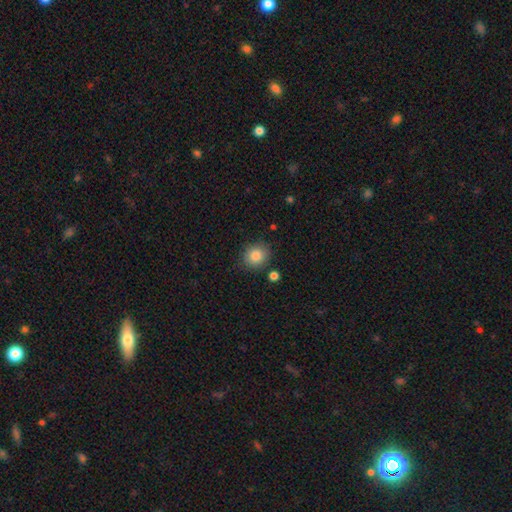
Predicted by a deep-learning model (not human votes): Smooth or featured?
  - smooth: 85% *
  - star or artifact: 9%
  - featured or disk: 6%
How rounded?
  - round: 79% *
  - in between: 20%
  - cigar-shaped: 1%
Merging?
  - none: 83% *
  - minor disturbance: 10%
  - merger: 4%
  - major disturbance: 3%